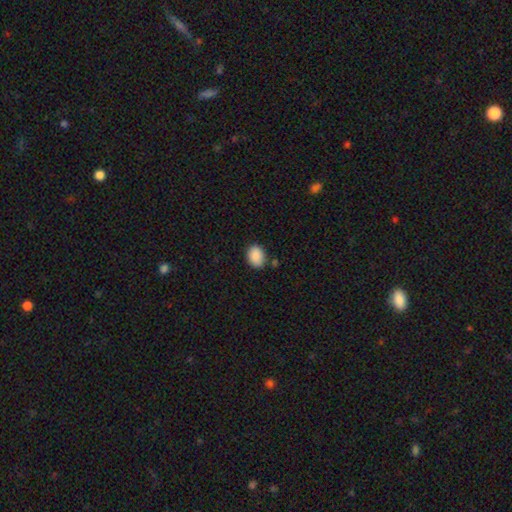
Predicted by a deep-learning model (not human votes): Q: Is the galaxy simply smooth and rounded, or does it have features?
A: smooth — 89%.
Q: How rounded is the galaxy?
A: in between — 68%.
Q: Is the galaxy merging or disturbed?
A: none — 79%.